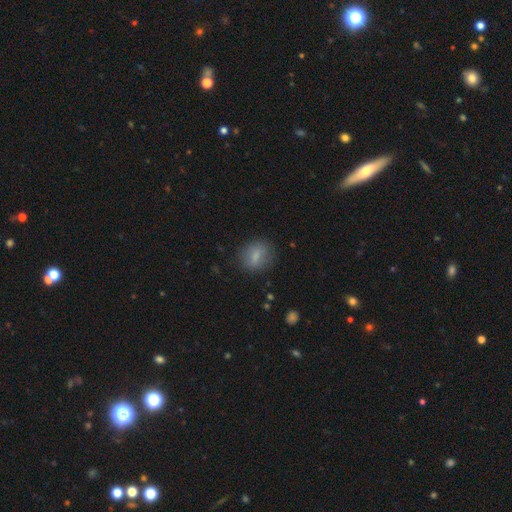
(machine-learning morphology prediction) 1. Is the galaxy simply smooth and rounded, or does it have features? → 75% smooth, 17% featured or disk, 9% star or artifact.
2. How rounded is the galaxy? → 54% round, 43% in between, 2% cigar-shaped.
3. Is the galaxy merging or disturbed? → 79% none, 15% minor disturbance, 5% major disturbance, 2% merger.